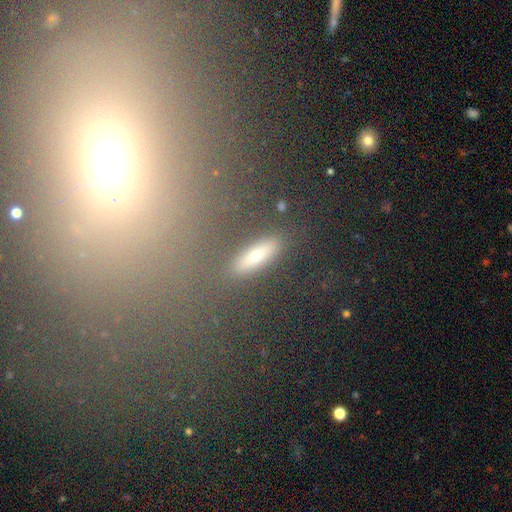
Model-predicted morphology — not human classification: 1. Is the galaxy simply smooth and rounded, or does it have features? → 50% smooth, 30% star or artifact, 21% featured or disk.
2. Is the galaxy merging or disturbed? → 86% none, 7% minor disturbance, 3% major disturbance, 3% merger.